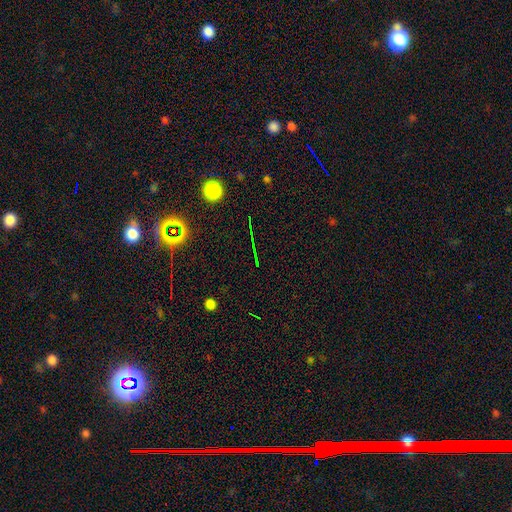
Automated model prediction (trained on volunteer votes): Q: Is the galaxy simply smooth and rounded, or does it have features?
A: star or artifact — 78%.